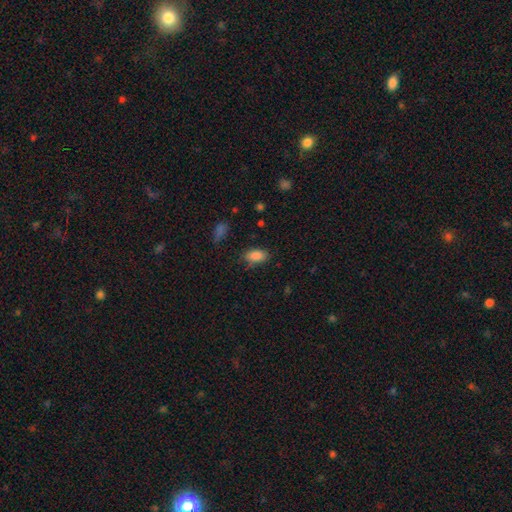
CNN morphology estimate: A smooth galaxy with no disk features (87%) that is in between round and cigar-shaped (91%).

Vote fractions:
- Smooth or featured? smooth: 87% / star or artifact: 9% / featured or disk: 5%
- How rounded? in between: 91% / round: 6% / cigar-shaped: 3%
- Merging? none: 76% / minor disturbance: 17% / major disturbance: 4% / merger: 2%